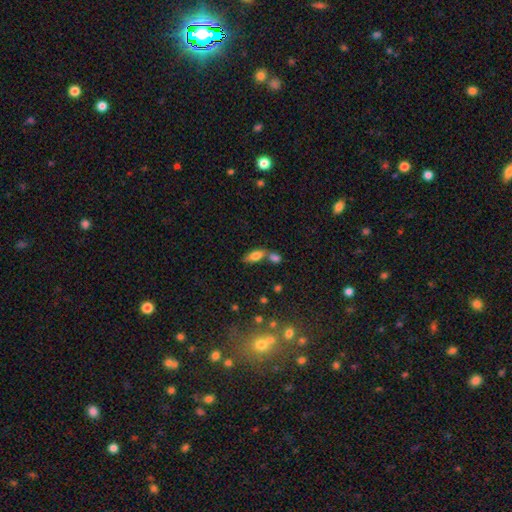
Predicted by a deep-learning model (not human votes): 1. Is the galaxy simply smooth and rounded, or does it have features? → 74% smooth, 16% featured or disk, 9% star or artifact.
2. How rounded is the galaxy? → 81% in between, 15% cigar-shaped, 4% round.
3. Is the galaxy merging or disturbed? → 44% none, 40% merger, 12% minor disturbance, 5% major disturbance.